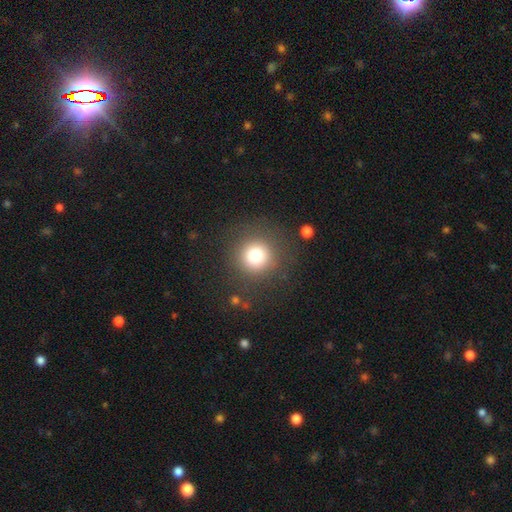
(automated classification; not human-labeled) A smooth galaxy with no disk features (77%) that is round (95%).

Vote fractions:
- Smooth or featured? smooth: 77% / star or artifact: 14% / featured or disk: 9%
- How rounded? round: 95% / in between: 4% / cigar-shaped: 1%
- Merging? none: 86% / minor disturbance: 8% / major disturbance: 5% / merger: 2%